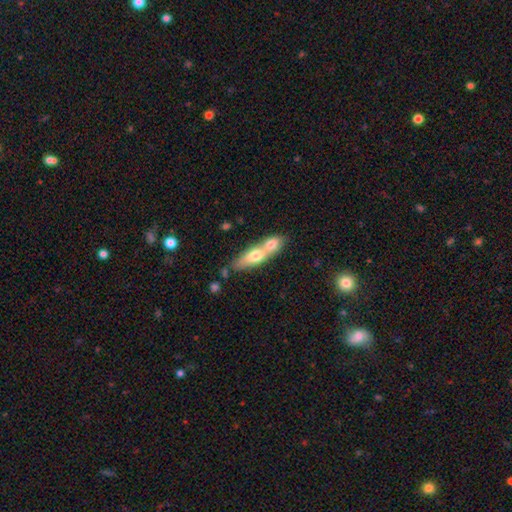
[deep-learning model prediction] A smooth galaxy with no disk features (63%) that is in between round and cigar-shaped (51%). Merging: merger (68%).